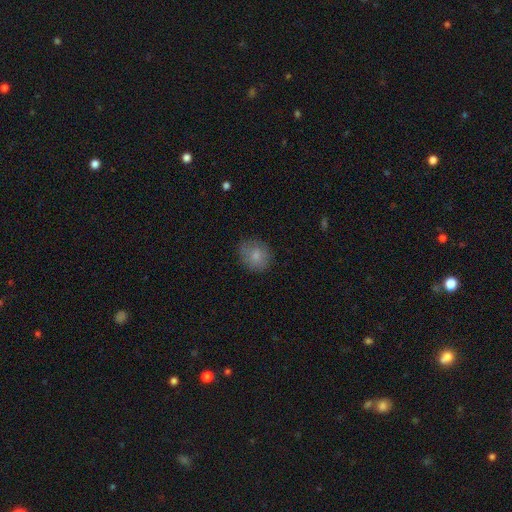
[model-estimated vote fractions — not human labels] Smooth or featured: smooth — 80% (featured or disk — 11%)
How rounded: round — 72% (in between — 27%)
Merging: none — 79% (minor disturbance — 16%)